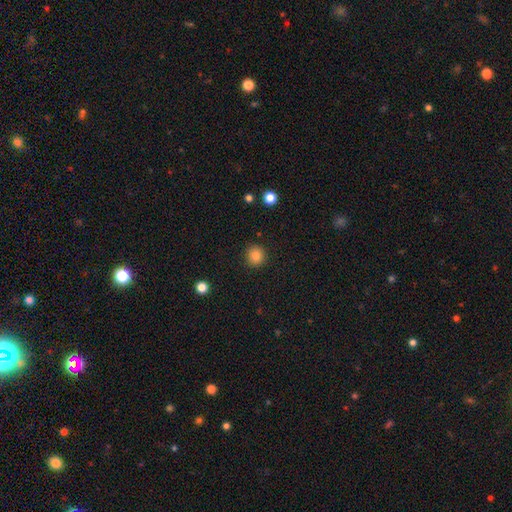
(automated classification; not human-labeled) smooth_or_featured: smooth (p=0.85) [alt: star or artifact p=0.10]
how_rounded: round (p=0.91) [alt: in between p=0.08]
merging: none (p=0.90) [alt: minor disturbance p=0.07]